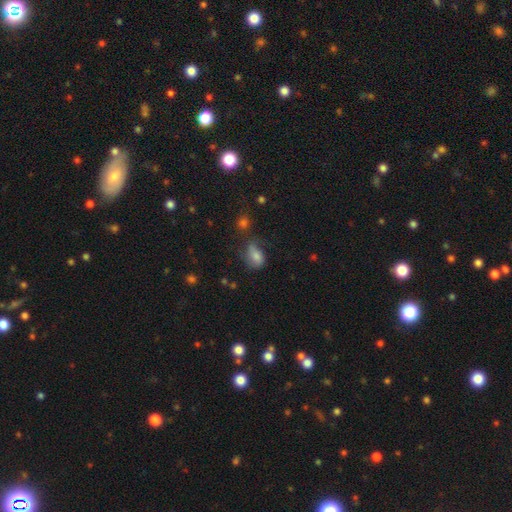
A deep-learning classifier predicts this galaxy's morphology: smooth_or_featured: smooth (p=0.69) [alt: featured or disk p=0.18]
how_rounded: in between (p=0.80) [alt: round p=0.18]
merging: none (p=0.41) [alt: minor disturbance p=0.30]